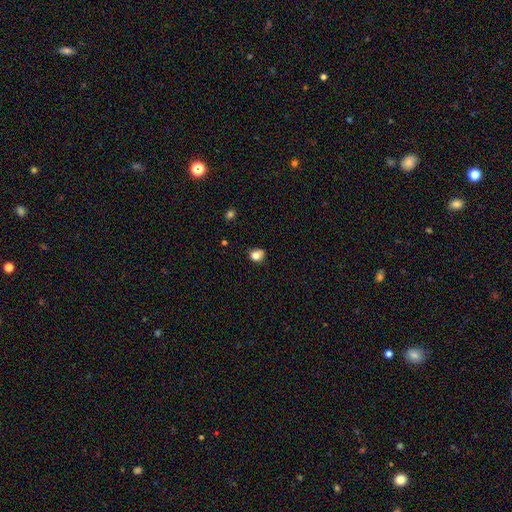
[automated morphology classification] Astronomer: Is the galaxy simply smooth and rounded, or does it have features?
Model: smooth — 80%.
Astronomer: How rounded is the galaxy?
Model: round — 68%.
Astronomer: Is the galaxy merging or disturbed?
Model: none — 58%.